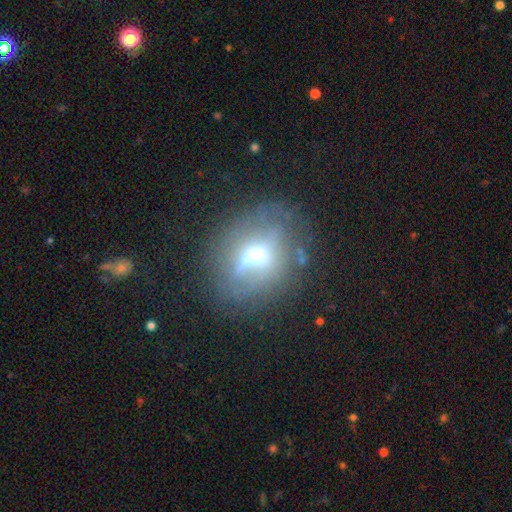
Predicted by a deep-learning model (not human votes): Q: Smooth or featured?
A: featured or disk (54%); runner-up: smooth (32%)
Q: Edge-on disk?
A: no (78%); runner-up: yes (22%)
Q: Merging?
A: none (64%); runner-up: minor disturbance (20%)